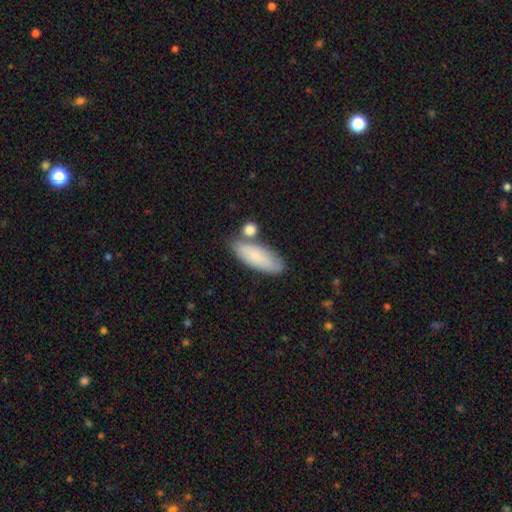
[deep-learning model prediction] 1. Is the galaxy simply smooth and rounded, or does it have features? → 79% smooth, 15% featured or disk, 6% star or artifact.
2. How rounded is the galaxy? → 69% in between, 28% cigar-shaped, 2% round.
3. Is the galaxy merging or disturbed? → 64% none, 17% minor disturbance, 15% merger, 4% major disturbance.